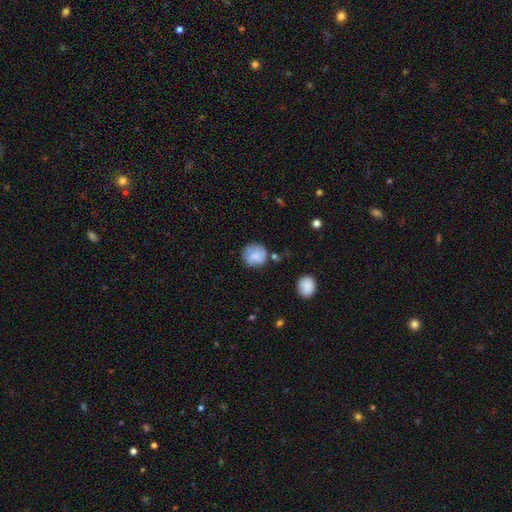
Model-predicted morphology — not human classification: smooth_or_featured: smooth (p=0.67) [alt: featured or disk p=0.25]
how_rounded: round (p=0.85) [alt: in between p=0.14]
merging: none (p=0.67) [alt: minor disturbance p=0.21]